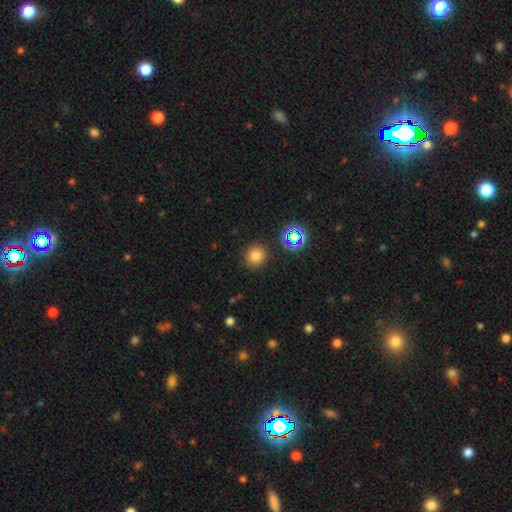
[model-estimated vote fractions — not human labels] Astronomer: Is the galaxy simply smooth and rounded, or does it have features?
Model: smooth — 77%.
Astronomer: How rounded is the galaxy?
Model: round — 86%.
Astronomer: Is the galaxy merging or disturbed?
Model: none — 89%.